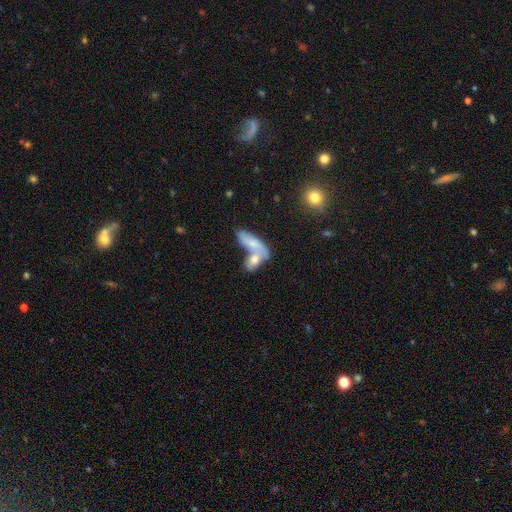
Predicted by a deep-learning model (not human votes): Smooth or featured? Predicted: smooth (p=0.65). How rounded? Predicted: in between (p=0.75). Merging? Predicted: merger (p=0.63).